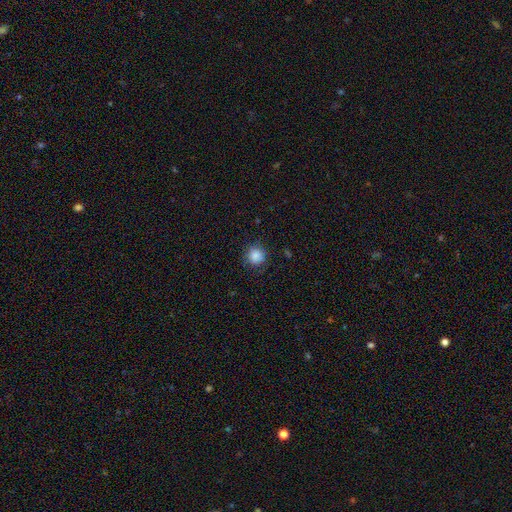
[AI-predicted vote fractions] This is clearly a smooth galaxy (86%). How rounded: clearly round (92%). Merging: clearly none (83%).